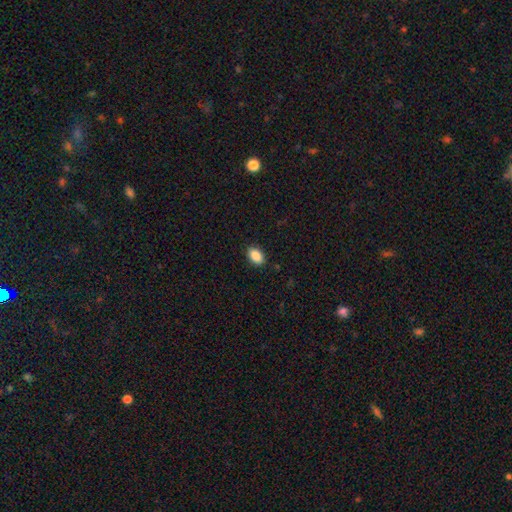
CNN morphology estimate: A smooth galaxy with no disk features (89%) that is in between round and cigar-shaped (88%).

Vote fractions:
- Smooth or featured? smooth: 89% / star or artifact: 8% / featured or disk: 3%
- How rounded? in between: 88% / round: 10% / cigar-shaped: 1%
- Merging? none: 90% / minor disturbance: 8% / major disturbance: 2% / merger: 1%